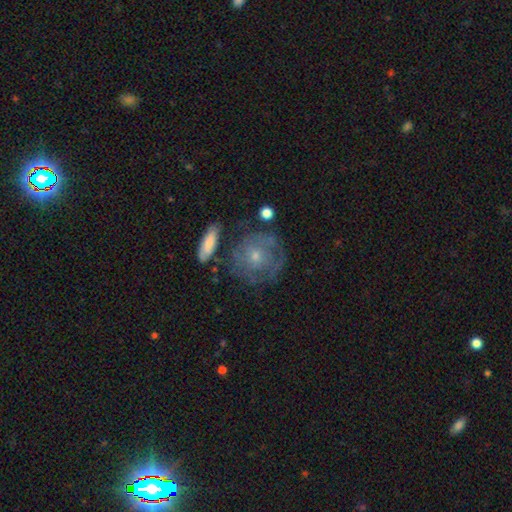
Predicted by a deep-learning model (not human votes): Q: Smooth or featured?
A: featured or disk (53%); runner-up: smooth (38%)
Q: Edge-on disk?
A: no (95%); runner-up: yes (5%)
Q: Bar?
A: no (84%); runner-up: weak (14%)
Q: Spiral arms?
A: yes (54%); runner-up: no (46%)
Q: Bulge size?
A: small (66%); runner-up: moderate (29%)
Q: Merging?
A: none (59%); runner-up: minor disturbance (21%)